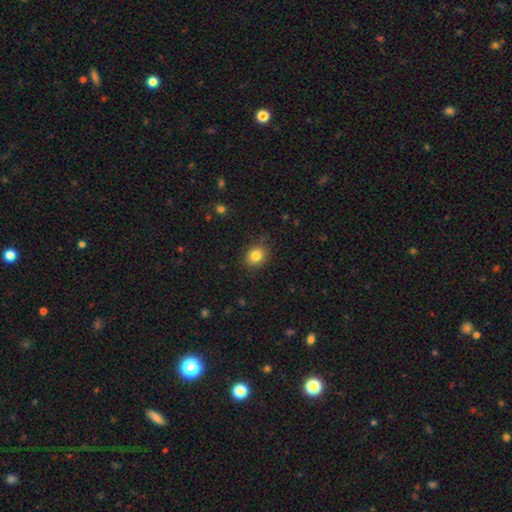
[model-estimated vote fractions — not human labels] smooth 83%, star or artifact 11%, featured or disk 6%. Down the decision tree: how rounded — round (64%); merging — none (83%).